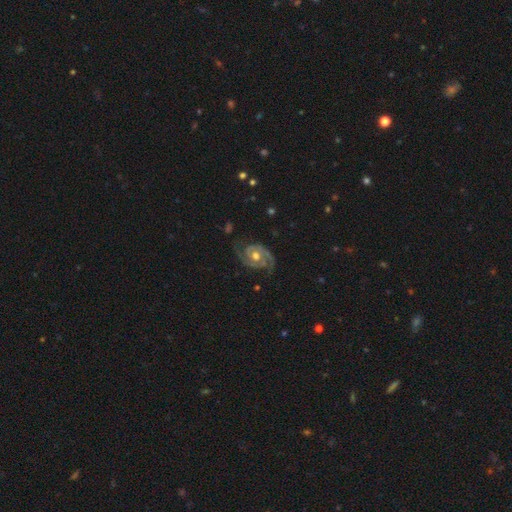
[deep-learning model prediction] Smooth or featured? Predicted: featured or disk (p=0.91). Edge-on disk? Predicted: no (p=0.98). Bar? Predicted: no (p=0.68). Spiral arms? Predicted: yes (p=0.98). Spiral winding? Predicted: tight (p=0.45). Spiral arm count? Predicted: 2 (p=0.88). Bulge size? Predicted: moderate (p=0.79). Merging? Predicted: none (p=0.74).